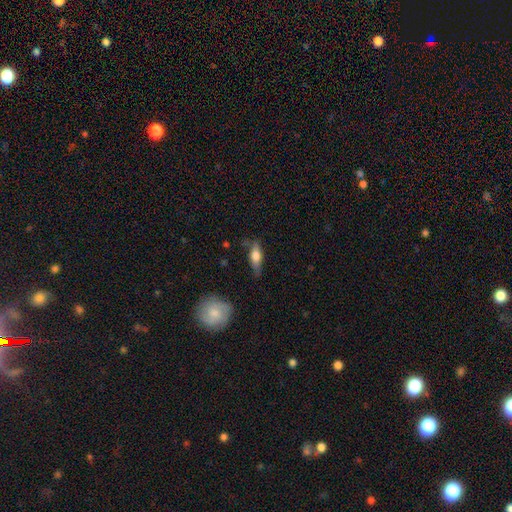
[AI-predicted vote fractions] smooth 60%, featured or disk 33%, star or artifact 7%. Down the decision tree: how rounded — in between (55%); merging — none (67%).